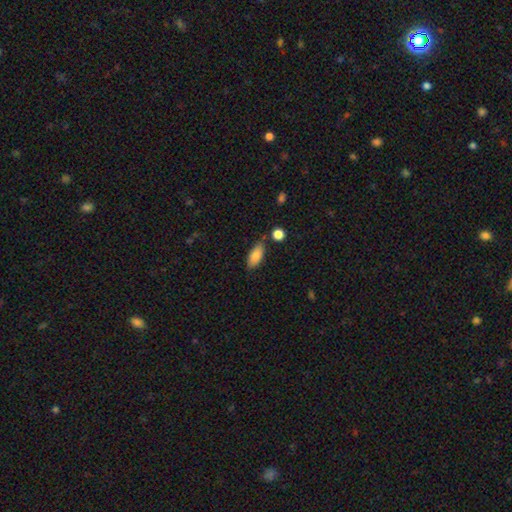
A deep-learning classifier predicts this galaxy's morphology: The model was most divided on "merging": none: 78%, minor disturbance: 14%, merger: 5%, major disturbance: 3%. More confident: how rounded — in between (86%); smooth or featured — smooth (83%).